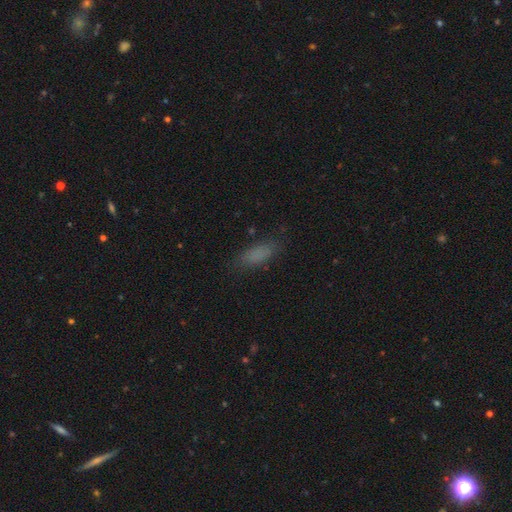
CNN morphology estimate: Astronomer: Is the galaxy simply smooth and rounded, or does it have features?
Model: smooth — 76%.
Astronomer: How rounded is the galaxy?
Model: in between — 58% (runner-up: cigar-shaped, 39%).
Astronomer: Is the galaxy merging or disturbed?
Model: none — 76%.